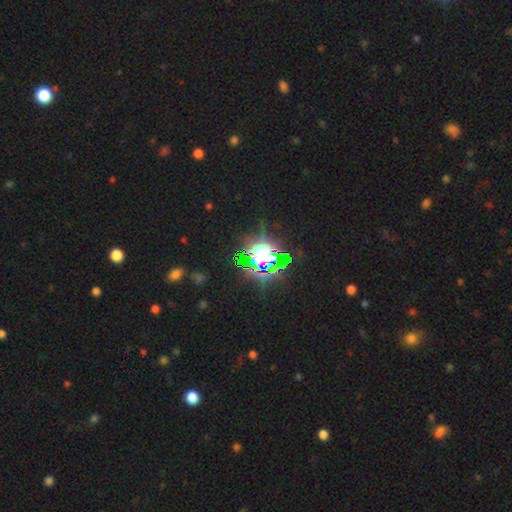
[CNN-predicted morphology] Smooth or featured? Predicted: star or artifact (p=0.80).